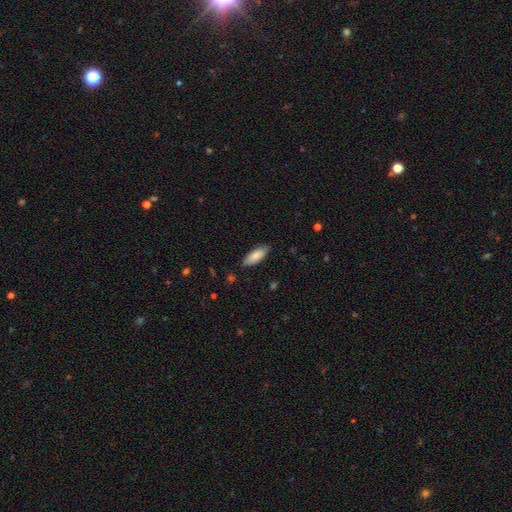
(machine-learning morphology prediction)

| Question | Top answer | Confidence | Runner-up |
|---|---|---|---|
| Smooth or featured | smooth | 84% | featured or disk (10%) |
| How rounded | in between | 74% | cigar-shaped (25%) |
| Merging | none | 85% | minor disturbance (12%) |